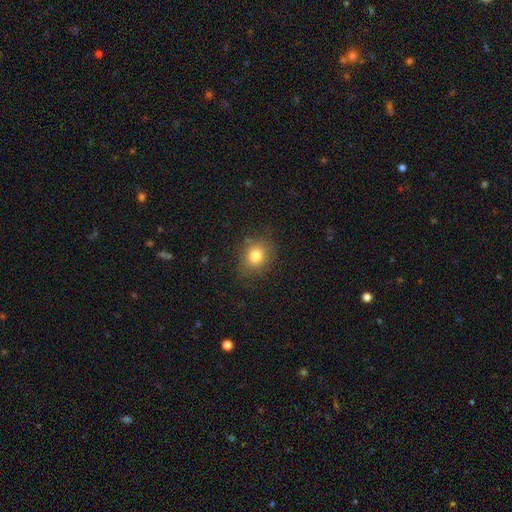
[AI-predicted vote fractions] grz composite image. It shows a smooth galaxy with no disk features (79%) that is round (66%). Merging: none (81%).